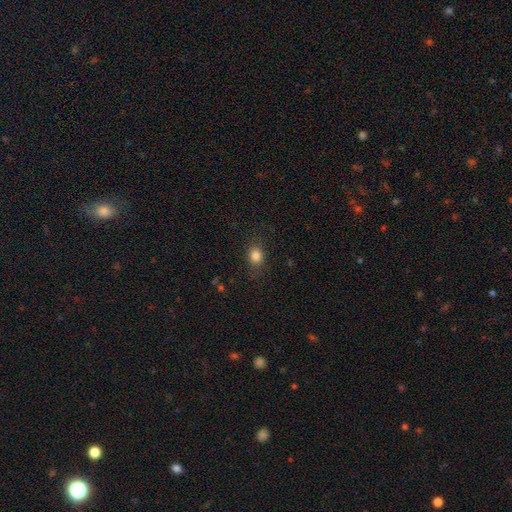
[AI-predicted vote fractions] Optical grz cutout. It shows a smooth galaxy with no disk features (82%) that is round (57%). Merging: none (81%).